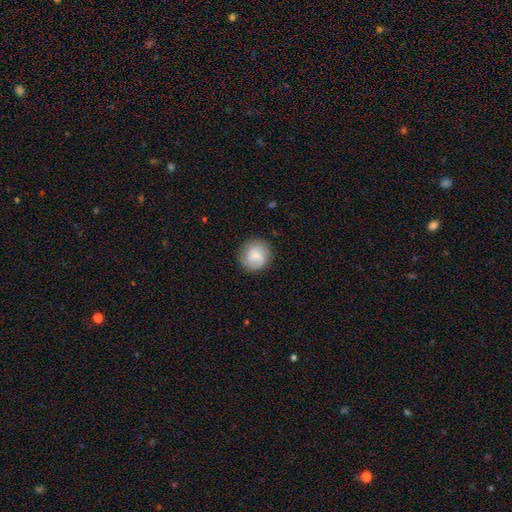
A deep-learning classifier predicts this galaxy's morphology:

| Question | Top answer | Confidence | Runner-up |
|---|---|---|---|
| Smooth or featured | smooth | 72% | featured or disk (21%) |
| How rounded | round | 92% | in between (7%) |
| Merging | none | 83% | minor disturbance (12%) |